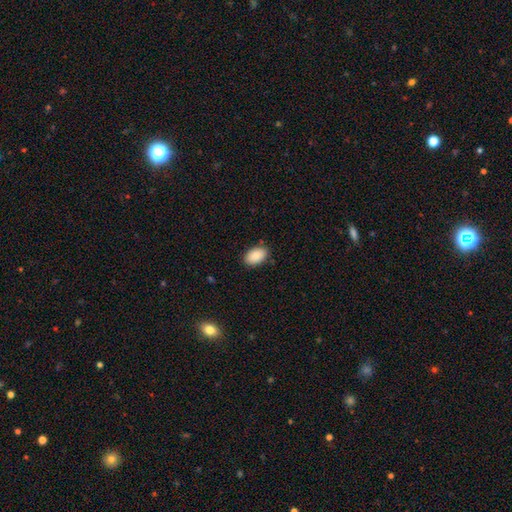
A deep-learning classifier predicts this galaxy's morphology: Overall: smooth (89%). How rounded: in between (93%). Merging: none (87%).